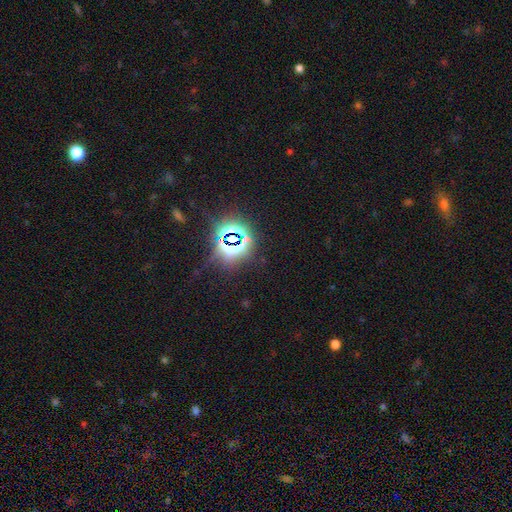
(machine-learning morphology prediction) Overall: star or artifact (82%).